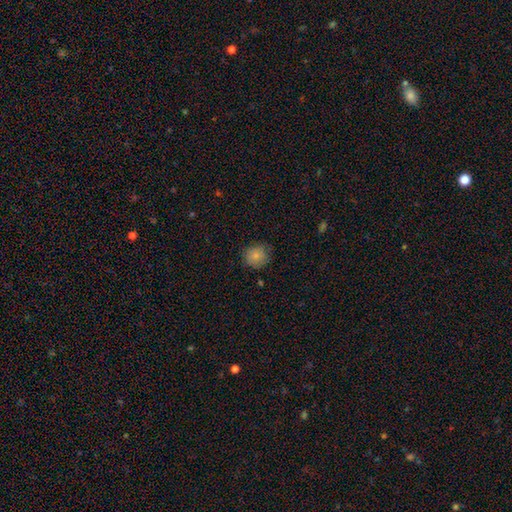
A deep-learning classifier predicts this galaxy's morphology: type=smooth (84%); roundness=round (84%); merging=none (79%).